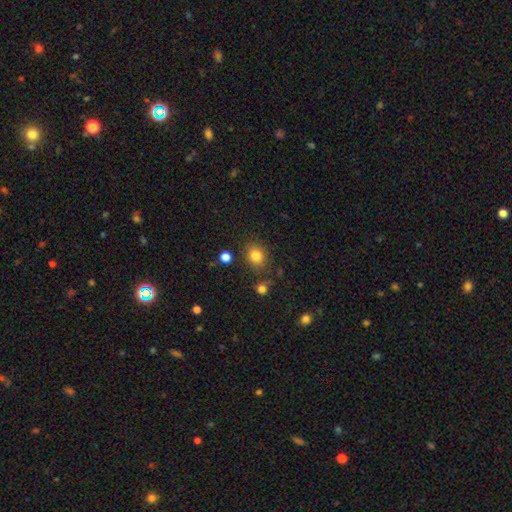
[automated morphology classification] Smooth or featured? smooth (83%)
How rounded? round (65%)
Merging? none (80%)